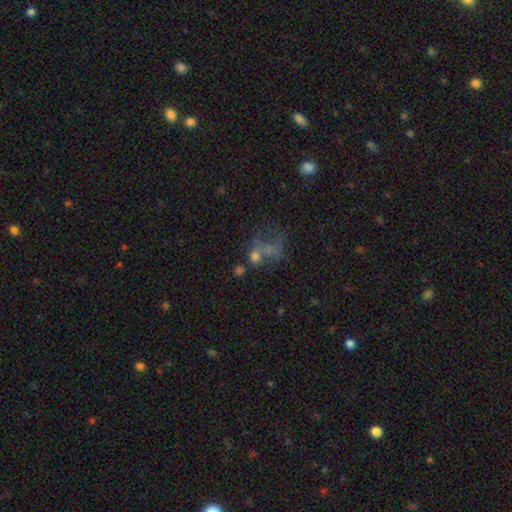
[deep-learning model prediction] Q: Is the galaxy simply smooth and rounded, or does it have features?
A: smooth — 46%.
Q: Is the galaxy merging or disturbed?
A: merger — 37%.